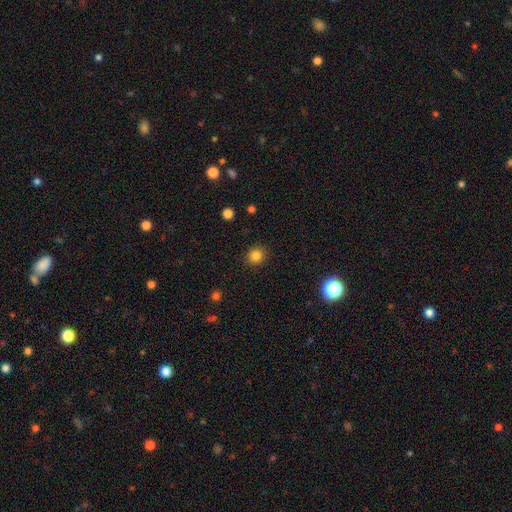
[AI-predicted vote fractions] Morphology: type=smooth (83%); roundness=round (90%); merging=none (91%).